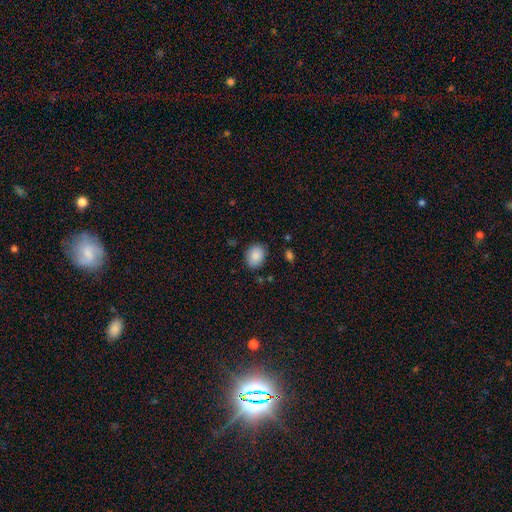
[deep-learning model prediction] Overall: smooth (87%). How rounded: in between (58%; round 41%). Merging: none (83%).